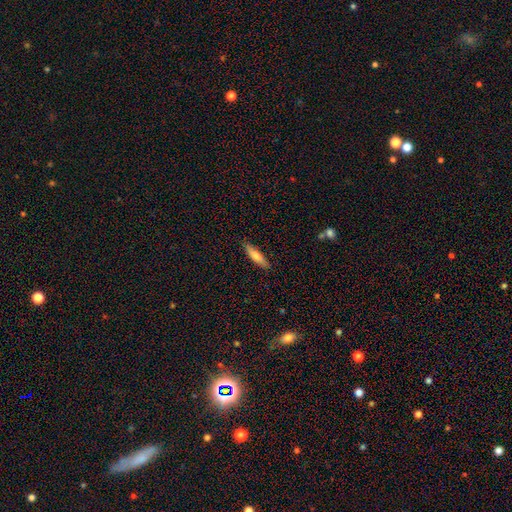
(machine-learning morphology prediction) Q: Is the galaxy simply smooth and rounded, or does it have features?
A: smooth — 75%.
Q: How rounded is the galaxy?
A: cigar-shaped — 71%.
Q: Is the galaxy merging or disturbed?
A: none — 86%.